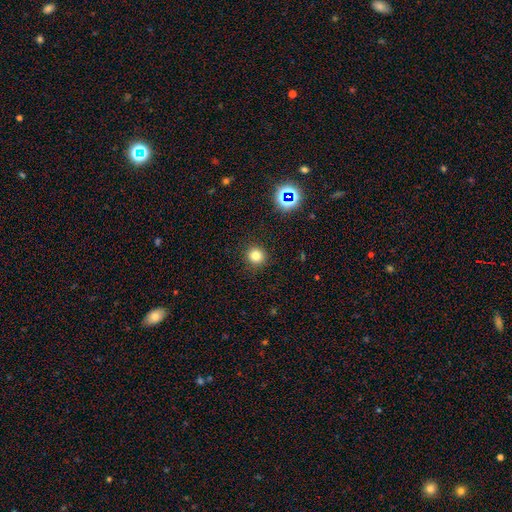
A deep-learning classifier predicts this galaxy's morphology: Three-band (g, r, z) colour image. It shows a smooth galaxy with no disk features (79%) that is round (93%). Merging: none (90%).